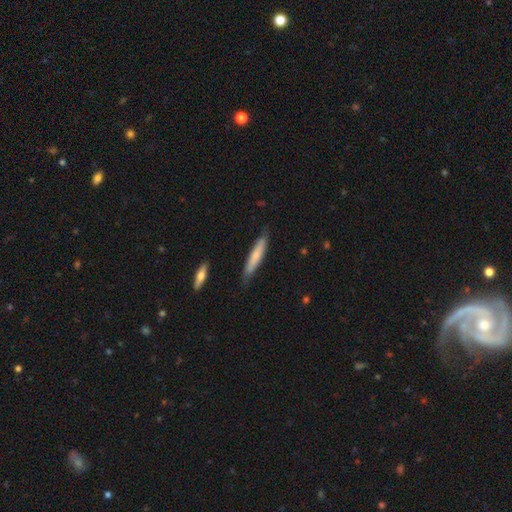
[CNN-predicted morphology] A smooth galaxy with no disk features (69%) that is cigar-shaped (87%).

Vote fractions:
- Smooth or featured? smooth: 69% / featured or disk: 26% / star or artifact: 6%
- How rounded? cigar-shaped: 87% / in between: 11% / round: 1%
- Merging? none: 75% / minor disturbance: 20% / major disturbance: 3% / merger: 2%